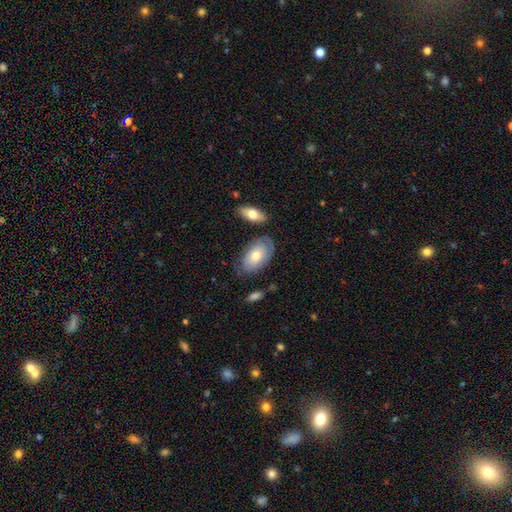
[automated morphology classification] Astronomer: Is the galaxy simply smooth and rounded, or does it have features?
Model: smooth — 60%.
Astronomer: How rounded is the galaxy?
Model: in between — 92%.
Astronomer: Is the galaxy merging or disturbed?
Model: none — 66%.